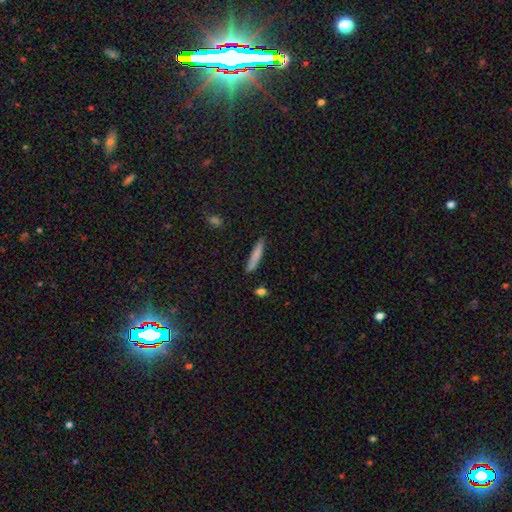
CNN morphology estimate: The model was most divided on "smooth or featured": smooth: 78%, featured or disk: 15%, star or artifact: 7%. More confident: how rounded — cigar-shaped (91%); merging — none (83%).